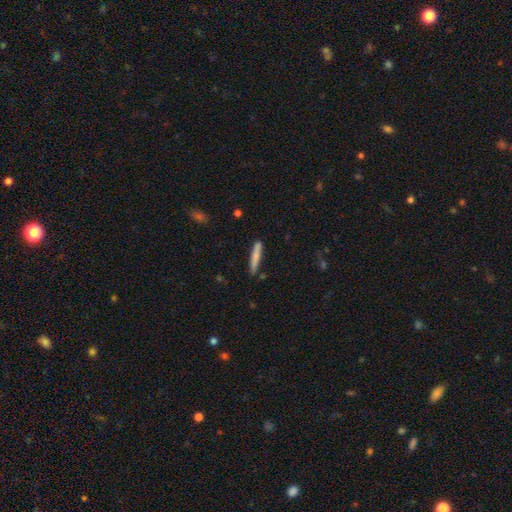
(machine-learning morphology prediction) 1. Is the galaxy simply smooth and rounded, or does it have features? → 74% smooth, 20% featured or disk, 6% star or artifact.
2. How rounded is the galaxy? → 94% cigar-shaped, 5% in between, 1% round.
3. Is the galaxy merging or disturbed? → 83% none, 12% minor disturbance, 3% merger, 2% major disturbance.